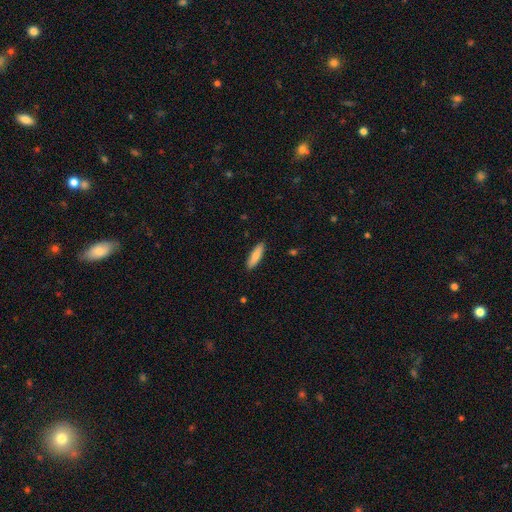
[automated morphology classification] A smooth galaxy with no disk features (82%) that is cigar-shaped (61%).

Vote fractions:
- Smooth or featured? smooth: 82% / featured or disk: 12% / star or artifact: 6%
- How rounded? cigar-shaped: 61% / in between: 37% / round: 2%
- Merging? none: 90% / minor disturbance: 7% / major disturbance: 2% / merger: 1%